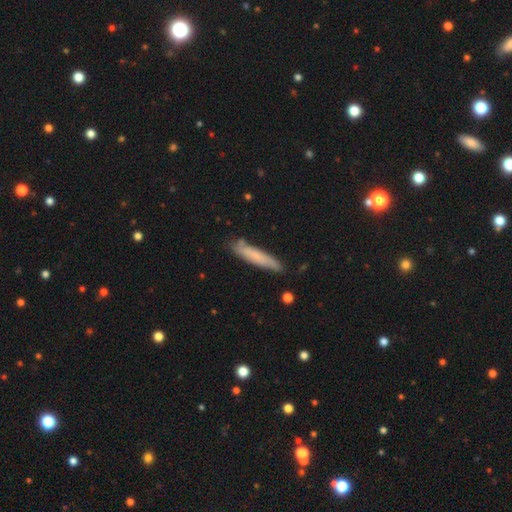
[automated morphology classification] Q: Smooth or featured?
A: smooth (69%); runner-up: featured or disk (24%)
Q: How rounded?
A: cigar-shaped (89%); runner-up: in between (10%)
Q: Merging?
A: none (79%); runner-up: minor disturbance (16%)